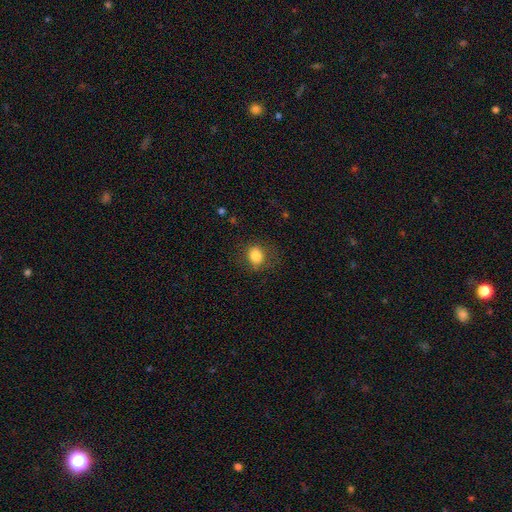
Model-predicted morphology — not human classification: This is clearly a smooth galaxy (83%). How rounded: likely round (67%). Merging: likely none (74%).